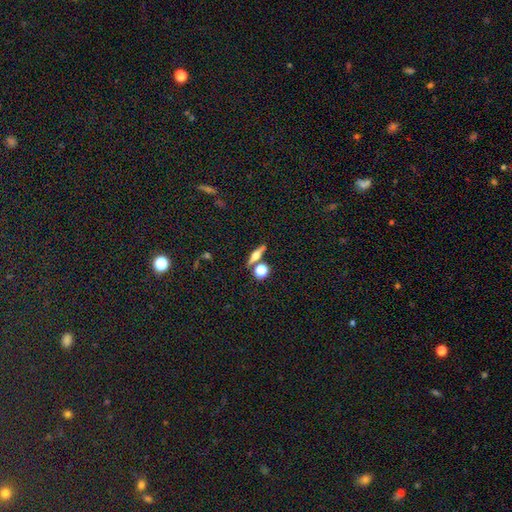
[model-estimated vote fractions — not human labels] This is possibly a featured or disk galaxy (55%). It is clearly viewed edge-on (93%). Edge-on bulge: clearly rounded (94%). Merging: likely none (78%).